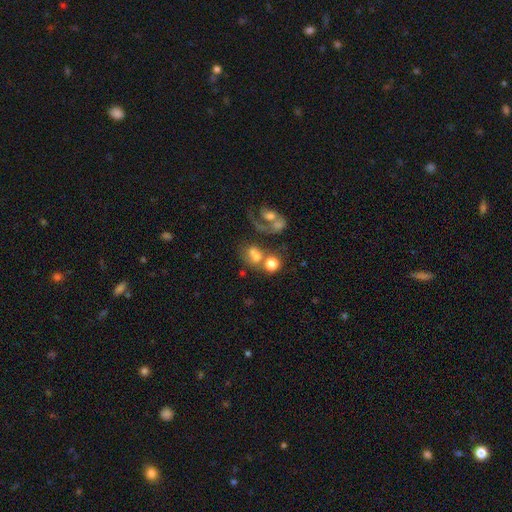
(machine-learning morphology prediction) Overall: smooth (56%; featured or disk 30%). How rounded: round (64%; in between 34%). Merging: merger (50%; none 27%).